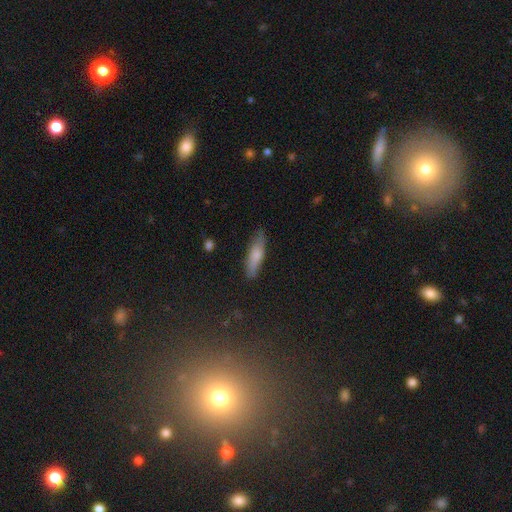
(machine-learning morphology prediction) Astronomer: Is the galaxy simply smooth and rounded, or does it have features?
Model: smooth — 72%.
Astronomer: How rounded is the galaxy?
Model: cigar-shaped — 68%.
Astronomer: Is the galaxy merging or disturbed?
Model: none — 81%.